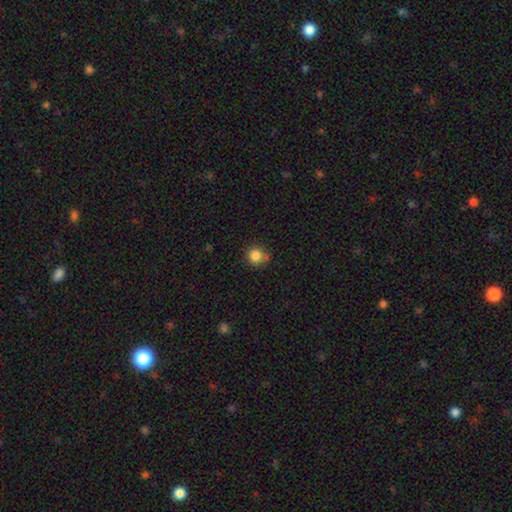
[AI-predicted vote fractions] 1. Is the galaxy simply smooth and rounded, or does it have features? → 85% smooth, 11% star or artifact, 4% featured or disk.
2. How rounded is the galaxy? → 90% round, 9% in between, 1% cigar-shaped.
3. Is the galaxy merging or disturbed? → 71% none, 17% minor disturbance, 8% merger, 4% major disturbance.